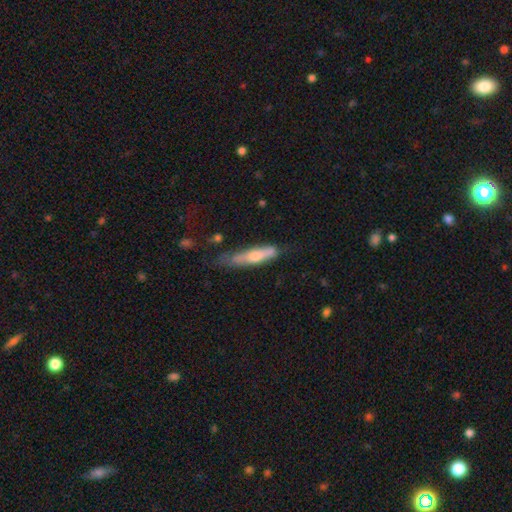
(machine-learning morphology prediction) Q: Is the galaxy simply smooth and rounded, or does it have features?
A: smooth — 53%.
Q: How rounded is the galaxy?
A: cigar-shaped — 82%.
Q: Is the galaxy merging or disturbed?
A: none — 57%.